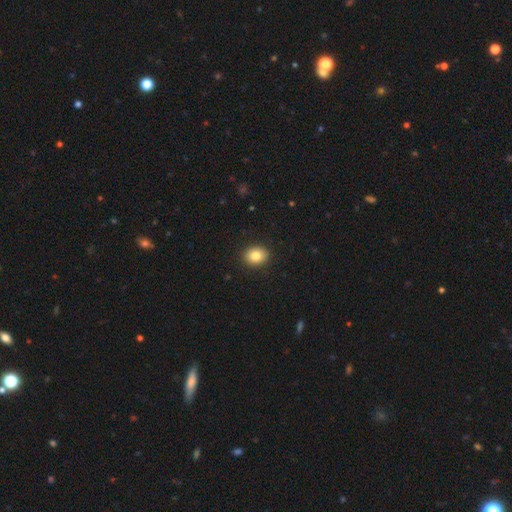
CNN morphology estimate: A smooth galaxy with no disk features (84%) that is round (58%). Merging: none (91%).